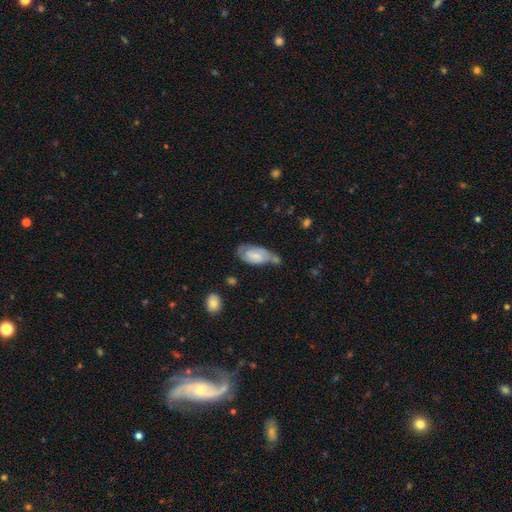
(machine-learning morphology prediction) Smooth or featured? Predicted: featured or disk (p=0.54). Edge-on disk? Predicted: no (p=0.94). Bar? Predicted: weak (p=0.47). Spiral arms? Predicted: yes (p=0.80). Bulge size? Predicted: small (p=0.51). Merging? Predicted: none (p=0.41).